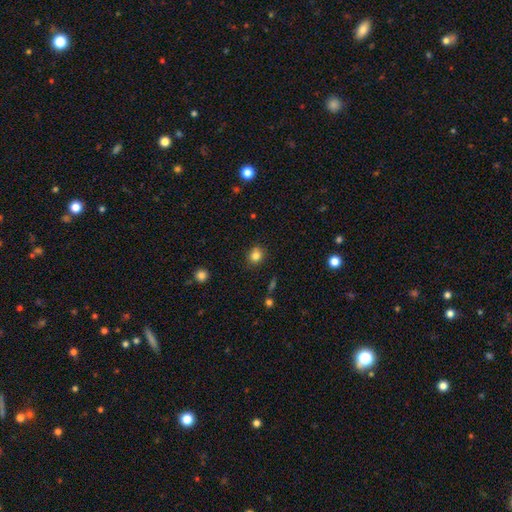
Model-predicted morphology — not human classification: type=smooth (82%); roundness=round (79%); merging=none (81%).